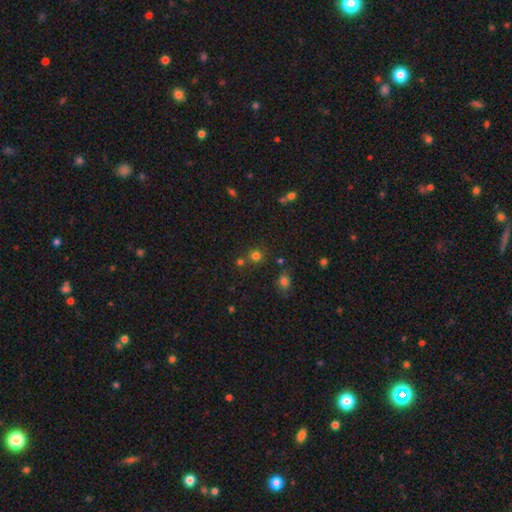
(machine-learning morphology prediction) Smooth or featured? Predicted: smooth (p=0.71). How rounded? Predicted: round (p=0.90). Merging? Predicted: none (p=0.72).